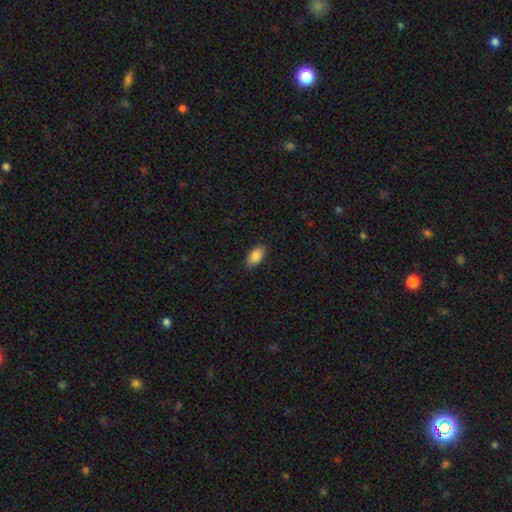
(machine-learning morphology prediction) A smooth galaxy with no disk features (86%) that is in between round and cigar-shaped (94%). Merging: none (88%).